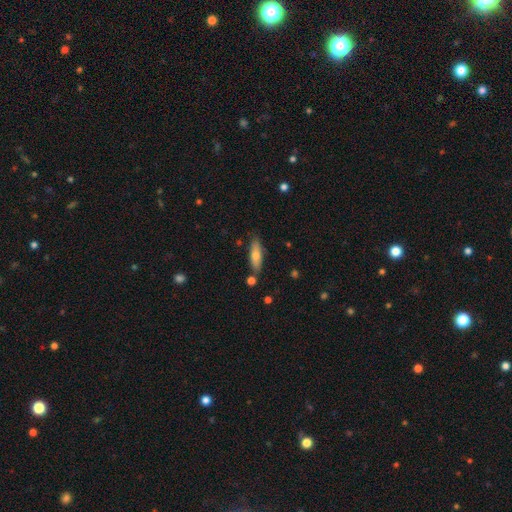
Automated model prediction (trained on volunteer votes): Smooth or featured?
  - smooth: 71% *
  - featured or disk: 23%
  - star or artifact: 6%
How rounded?
  - cigar-shaped: 54% *
  - in between: 44%
  - round: 2%
Merging?
  - none: 79% *
  - minor disturbance: 13%
  - merger: 6%
  - major disturbance: 3%